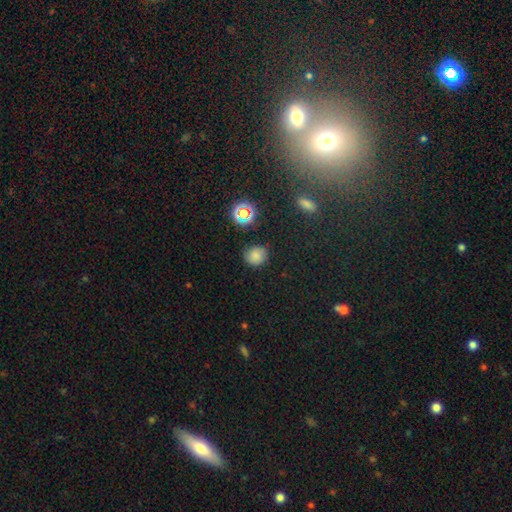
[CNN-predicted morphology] Q: Smooth or featured?
A: smooth (74%); runner-up: star or artifact (18%)
Q: How rounded?
A: round (79%); runner-up: in between (20%)
Q: Merging?
A: none (79%); runner-up: minor disturbance (15%)